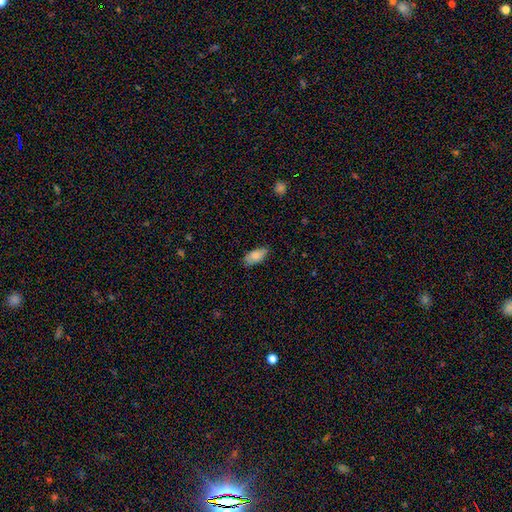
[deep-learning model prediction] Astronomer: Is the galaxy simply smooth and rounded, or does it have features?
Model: smooth — 84%.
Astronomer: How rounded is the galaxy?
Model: in between — 91%.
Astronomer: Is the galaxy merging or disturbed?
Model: none — 80%.